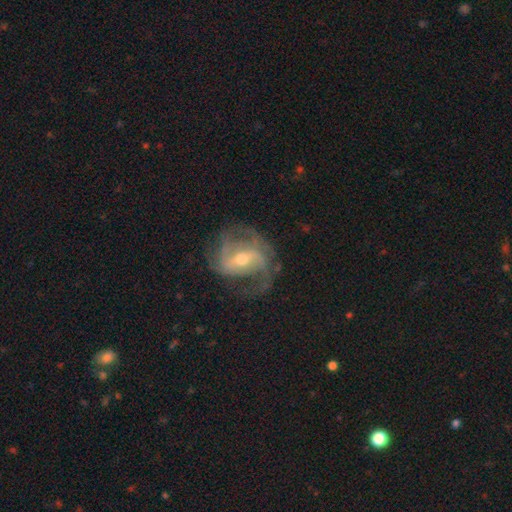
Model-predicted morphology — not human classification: A featured or disk galaxy (85%) with a strong bar (42%), 2 (59%) medium (44%) spiral arms (92%) and a moderate central bulge (52%). Merging: none (59%).